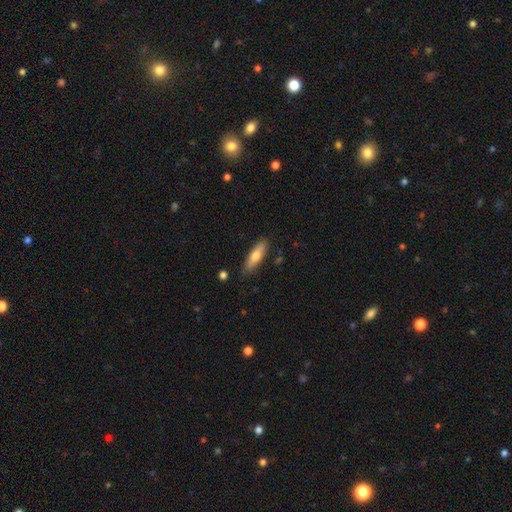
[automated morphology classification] Smooth or featured?
  - smooth: 69% *
  - featured or disk: 25%
  - star or artifact: 6%
How rounded?
  - cigar-shaped: 59% *
  - in between: 39%
  - round: 2%
Merging?
  - none: 83% *
  - minor disturbance: 12%
  - major disturbance: 2%
  - merger: 2%